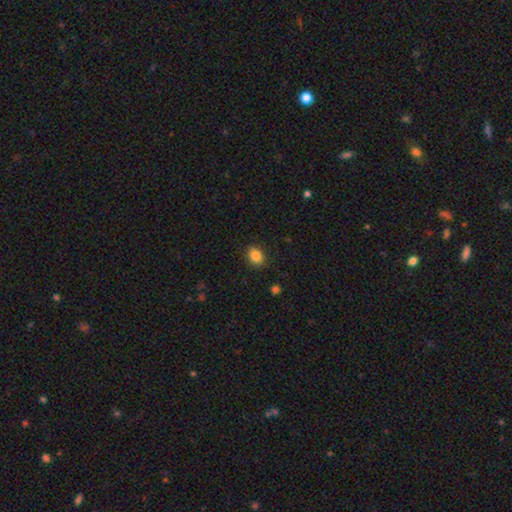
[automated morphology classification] This appears to be a smooth galaxy with no disk features (85%) that is in between round and cigar-shaped (61%). Merging: none (88%).